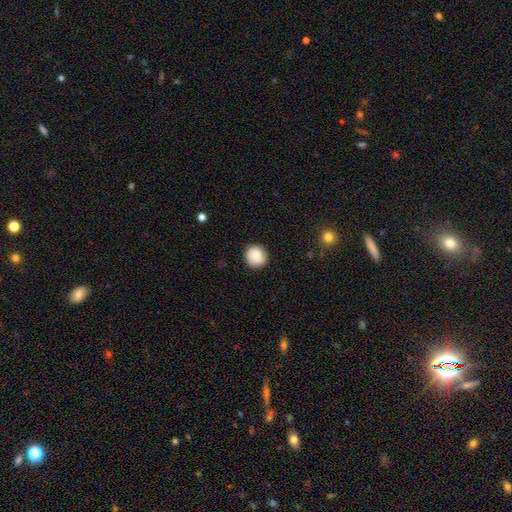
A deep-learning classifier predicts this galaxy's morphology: Overall: smooth (73%). How rounded: round (91%). Merging: none (86%).